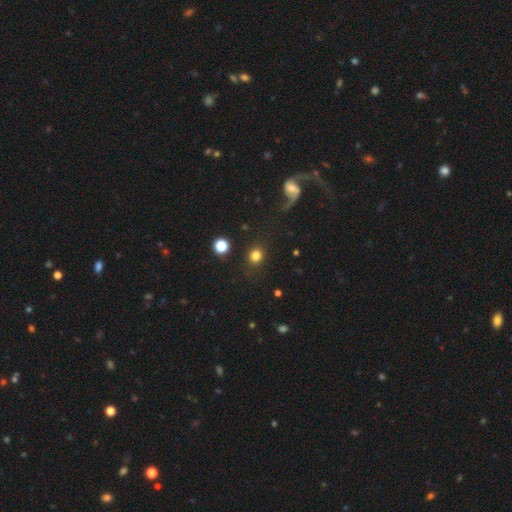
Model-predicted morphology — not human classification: Smooth or featured? smooth (80%)
How rounded? round (77%)
Merging? none (86%)